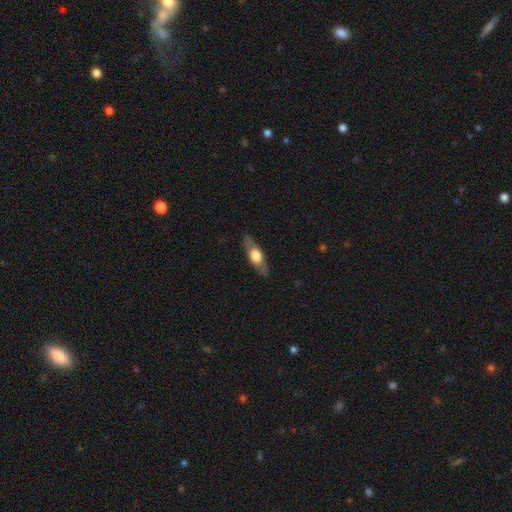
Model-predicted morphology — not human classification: This appears to be a featured or disk galaxy (49%). Merging: none (85%).